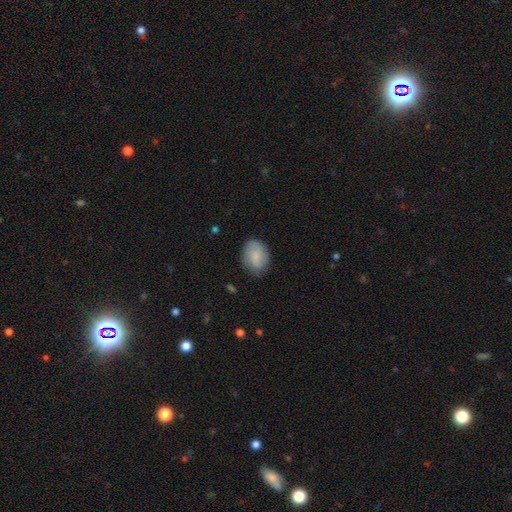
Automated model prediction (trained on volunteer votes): smooth_or_featured: smooth (p=0.80) [alt: featured or disk p=0.13]
how_rounded: in between (p=0.69) [alt: round p=0.30]
merging: none (p=0.76) [alt: minor disturbance p=0.19]